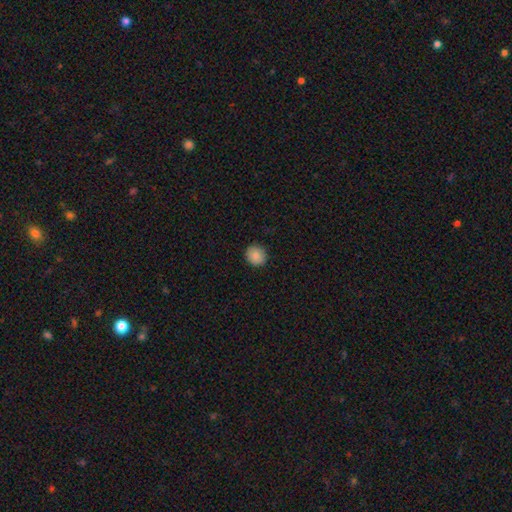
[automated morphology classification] This appears to be a smooth galaxy with no disk features (87%) that is round (89%). Merging: none (90%).